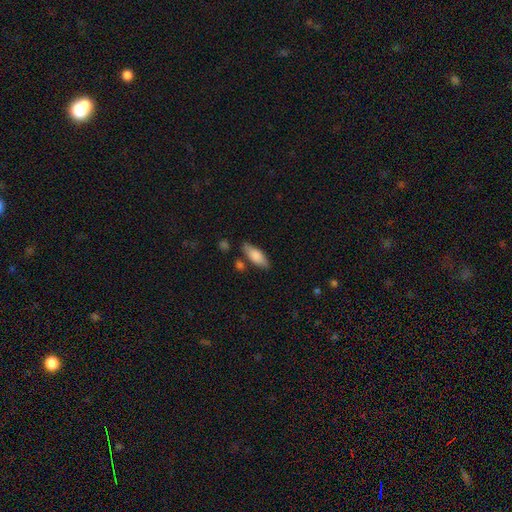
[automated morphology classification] Overall: smooth (82%). How rounded: in between (77%). Merging: none (75%).